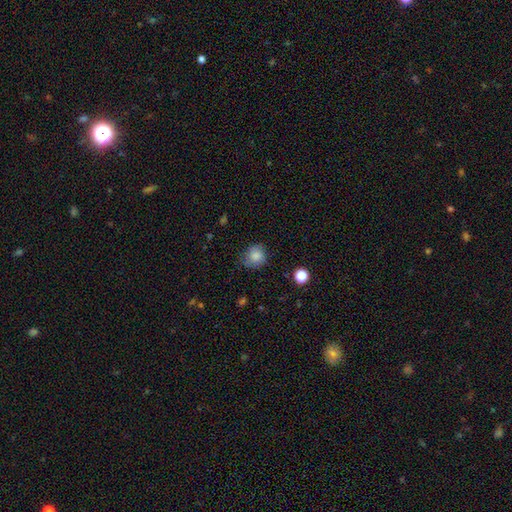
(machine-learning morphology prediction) Smooth or featured?
  - smooth: 83% *
  - star or artifact: 10%
  - featured or disk: 7%
How rounded?
  - round: 84% *
  - in between: 15%
  - cigar-shaped: 1%
Merging?
  - none: 69% *
  - minor disturbance: 23%
  - major disturbance: 6%
  - merger: 2%